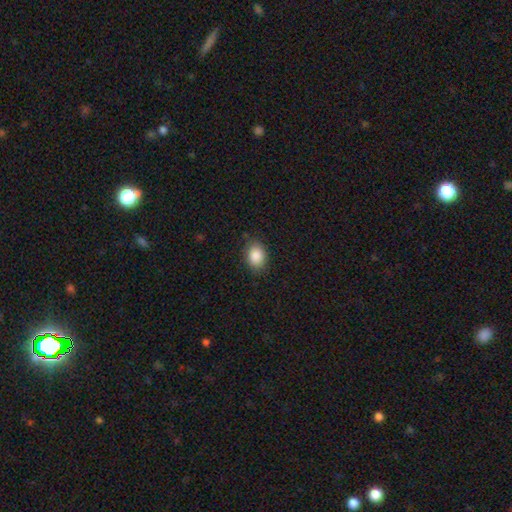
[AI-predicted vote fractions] smooth 88%, star or artifact 8%, featured or disk 5%. Down the decision tree: how rounded — in between (73%); merging — none (83%).